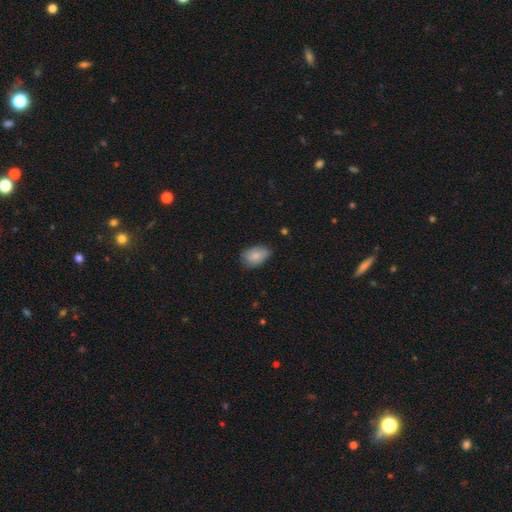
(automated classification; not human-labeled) Morphology: type=smooth (83%); roundness=in between (88%); merging=none (67%).